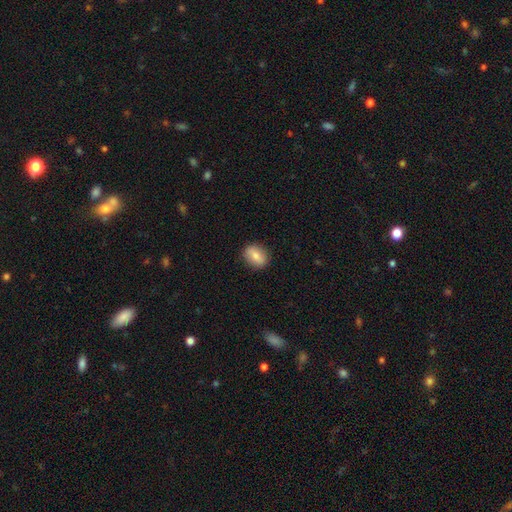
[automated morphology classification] A smooth galaxy with no disk features (74%) that is in between round and cigar-shaped (58%).

Vote fractions:
- Smooth or featured? smooth: 74% / featured or disk: 18% / star or artifact: 7%
- How rounded? in between: 58% / round: 40% / cigar-shaped: 2%
- Merging? none: 87% / minor disturbance: 10% / major disturbance: 2% / merger: 1%